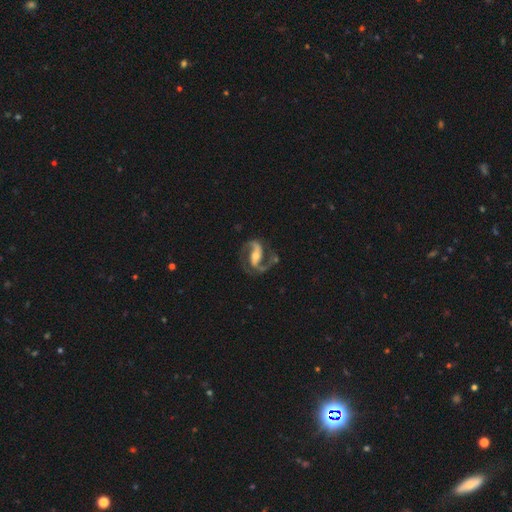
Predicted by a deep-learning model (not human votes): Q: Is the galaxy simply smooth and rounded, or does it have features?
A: featured or disk — 91%.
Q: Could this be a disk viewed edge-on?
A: no — 97%.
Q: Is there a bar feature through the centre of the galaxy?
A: strong — 48%.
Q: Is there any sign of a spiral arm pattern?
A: yes — 97%.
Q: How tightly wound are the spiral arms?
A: medium — 59%.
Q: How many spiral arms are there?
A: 2 — 93%.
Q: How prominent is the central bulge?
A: moderate — 56%.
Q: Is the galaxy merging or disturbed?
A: none — 73%.